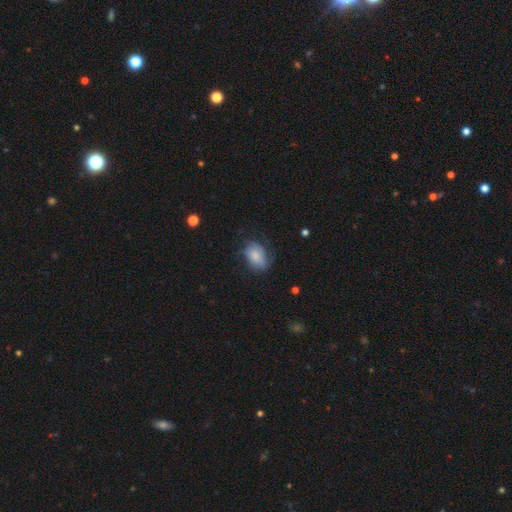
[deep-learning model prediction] A smooth galaxy with no disk features (60%) that is in between round and cigar-shaped (82%). Merging: none (53%).